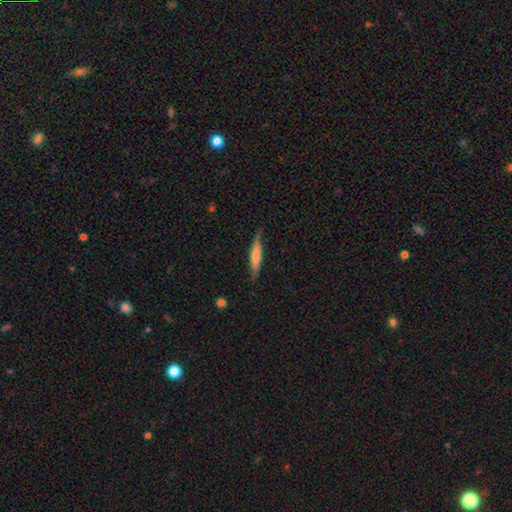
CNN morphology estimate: A smooth galaxy with no disk features (62%) that is cigar-shaped (85%).

Vote fractions:
- Smooth or featured? smooth: 62% / featured or disk: 33% / star or artifact: 5%
- How rounded? cigar-shaped: 85% / in between: 14% / round: 2%
- Merging? none: 71% / minor disturbance: 23% / major disturbance: 5% / merger: 2%